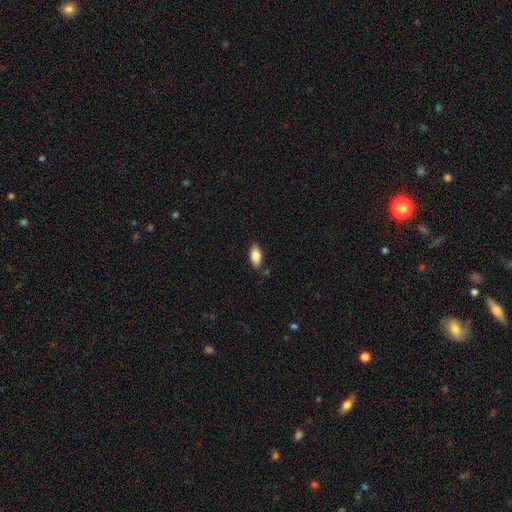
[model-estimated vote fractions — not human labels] Morphology: type=smooth (84%); roundness=in between (89%); merging=none (84%).